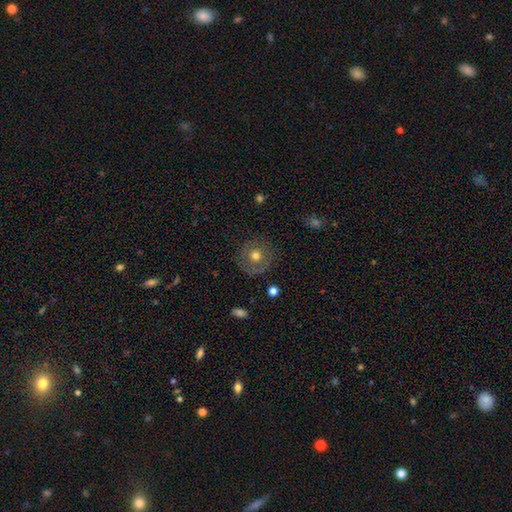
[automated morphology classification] type=smooth (57%); roundness=round (93%); merging=none (83%).